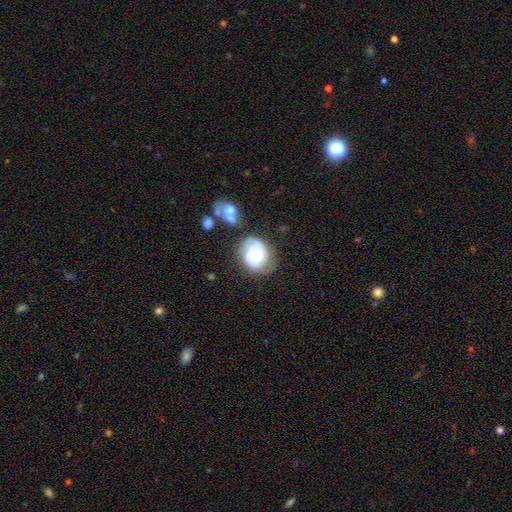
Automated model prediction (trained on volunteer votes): Smooth or featured: featured or disk — 54% (smooth — 38%)
Edge-on disk: no — 97% (yes — 3%)
Bar: no — 79% (weak — 18%)
Spiral arms: yes — 71% (no — 29%)
Bulge size: moderate — 64% (small — 23%)
Merging: none — 50% (minor disturbance — 24%)